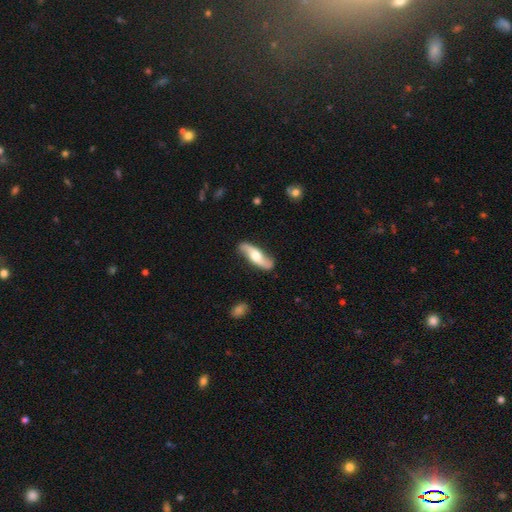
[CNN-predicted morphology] A featured or disk galaxy (64%).

Vote fractions:
- Smooth or featured? featured or disk: 64% / smooth: 31% / star or artifact: 5%
- Edge-on disk? no: 72% / yes: 28%
- Merging? none: 83% / minor disturbance: 13% / major disturbance: 3% / merger: 2%